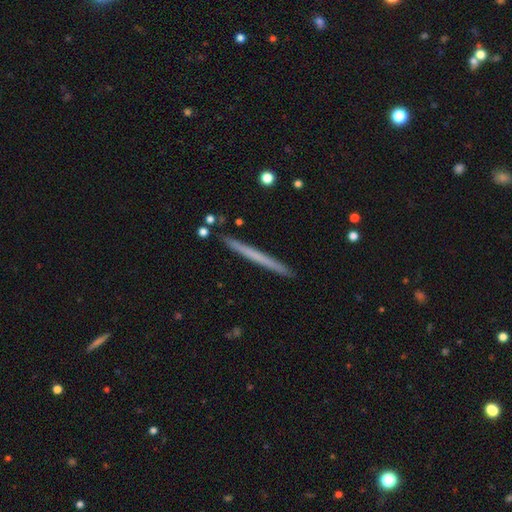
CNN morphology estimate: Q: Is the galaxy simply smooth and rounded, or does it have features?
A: smooth — 50%.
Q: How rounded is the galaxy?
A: cigar-shaped — 97%.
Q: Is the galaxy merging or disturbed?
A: none — 91%.